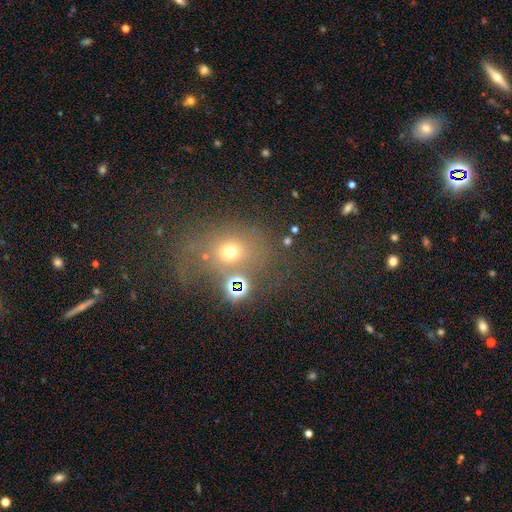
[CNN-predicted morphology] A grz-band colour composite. It shows a smooth galaxy with no disk features (50%) that is round (59%). Merging: none (57%).